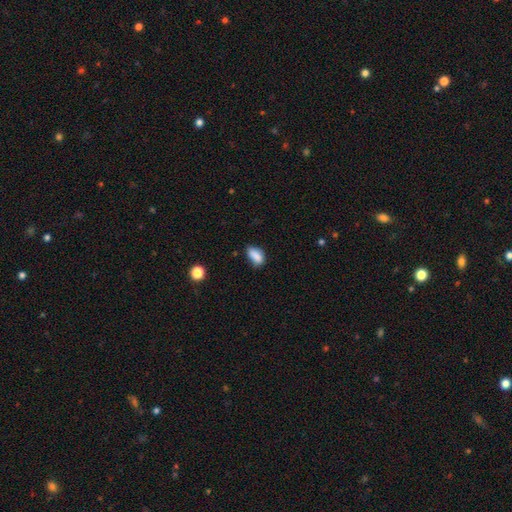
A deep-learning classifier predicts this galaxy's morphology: type=smooth (85%); roundness=in between (87%); merging=none (60%).